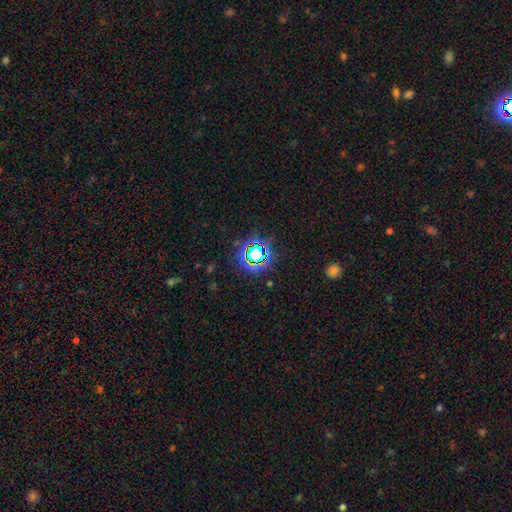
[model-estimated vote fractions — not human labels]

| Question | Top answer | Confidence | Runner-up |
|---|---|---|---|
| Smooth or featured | star or artifact | 74% | smooth (16%) |